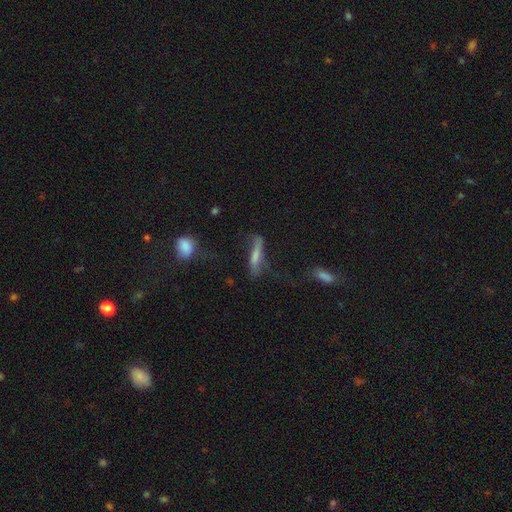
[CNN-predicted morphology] This is possibly a smooth galaxy (50%). Merging: possibly none (49%).